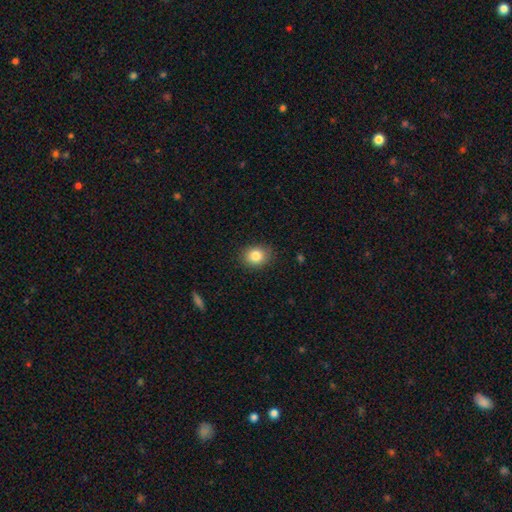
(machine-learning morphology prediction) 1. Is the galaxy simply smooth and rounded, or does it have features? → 84% smooth, 10% star or artifact, 6% featured or disk.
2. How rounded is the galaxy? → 61% round, 38% in between, 1% cigar-shaped.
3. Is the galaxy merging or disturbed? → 87% none, 10% minor disturbance, 2% major disturbance, 1% merger.